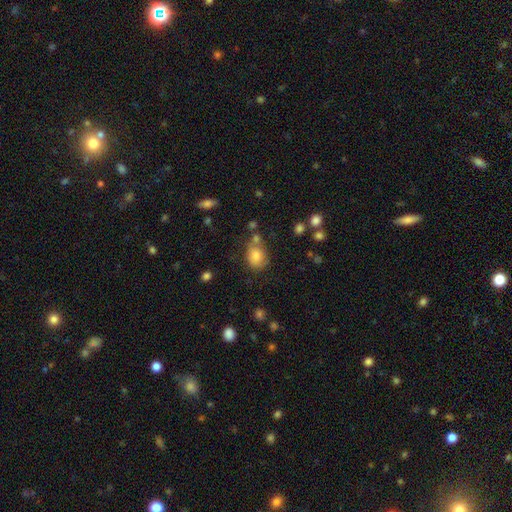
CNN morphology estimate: Smooth or featured?
  - smooth: 80% *
  - star or artifact: 11%
  - featured or disk: 9%
How rounded?
  - round: 52% *
  - in between: 47%
  - cigar-shaped: 1%
Merging?
  - none: 61% *
  - minor disturbance: 18%
  - merger: 15%
  - major disturbance: 6%